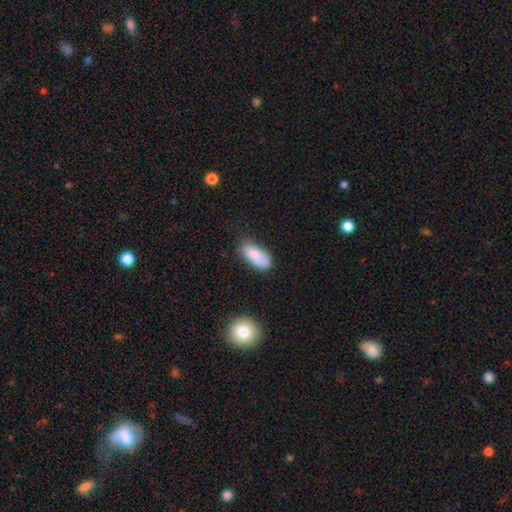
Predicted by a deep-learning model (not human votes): Q: Smooth or featured?
A: smooth (79%); runner-up: featured or disk (14%)
Q: How rounded?
A: in between (86%); runner-up: cigar-shaped (11%)
Q: Merging?
A: none (58%); runner-up: minor disturbance (28%)